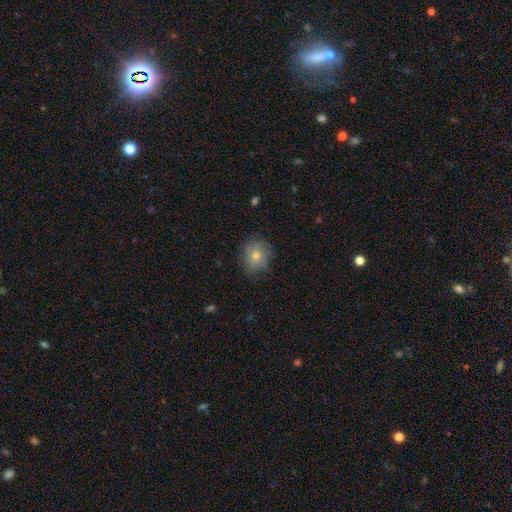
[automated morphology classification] This is likely a smooth galaxy (69%). How rounded: likely round (73%). Merging: likely none (79%).